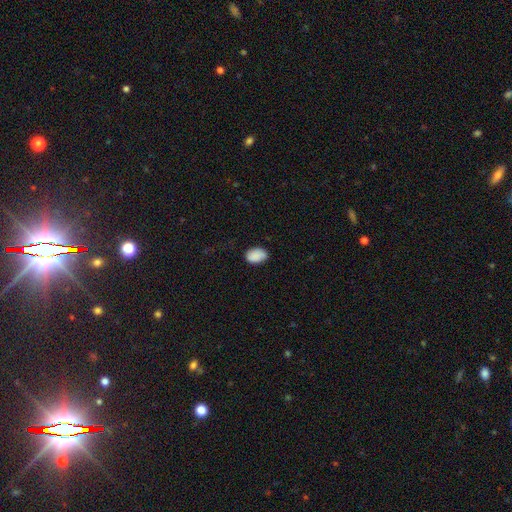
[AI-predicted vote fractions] Morphology: type=smooth (89%); roundness=in between (86%); merging=none (78%).